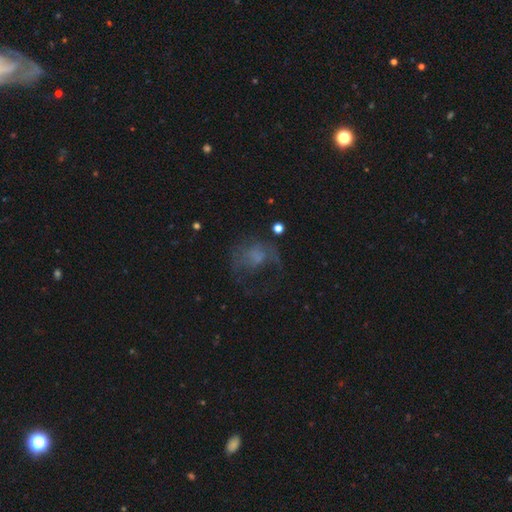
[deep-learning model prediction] Morphology: type=featured or disk (44%); merging=major disturbance (44%).